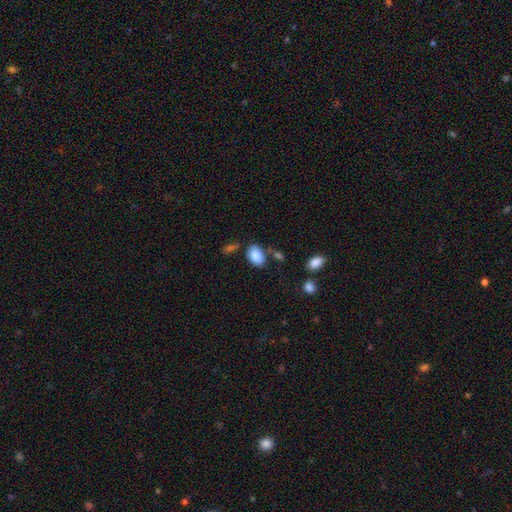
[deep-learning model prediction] Smooth or featured: smooth — 85% (featured or disk — 8%)
How rounded: in between — 92% (round — 7%)
Merging: none — 70% (minor disturbance — 16%)